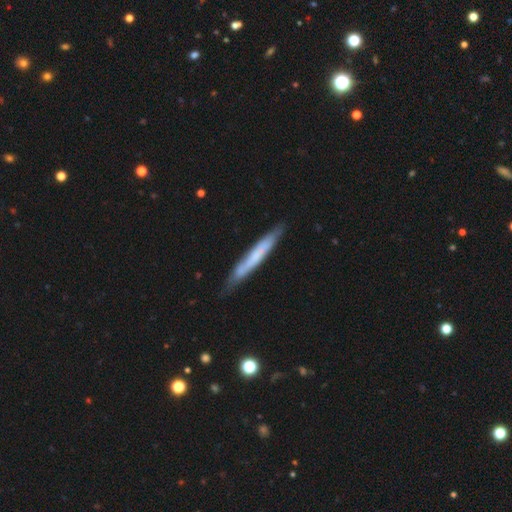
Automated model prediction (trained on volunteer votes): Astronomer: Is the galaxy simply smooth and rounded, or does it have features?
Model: smooth — 51% (runner-up: featured or disk, 43%).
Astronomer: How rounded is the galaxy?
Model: cigar-shaped — 95%.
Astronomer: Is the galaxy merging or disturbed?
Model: none — 78%.